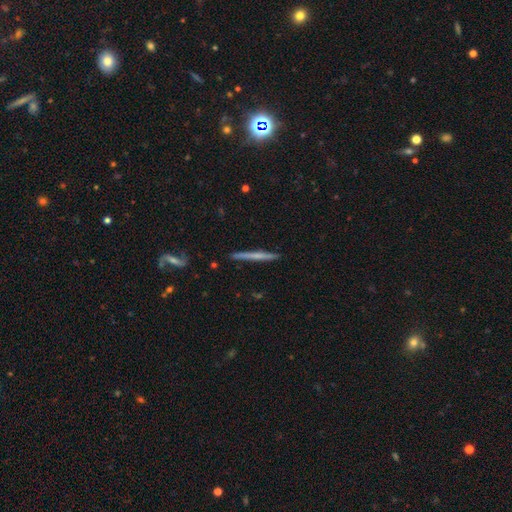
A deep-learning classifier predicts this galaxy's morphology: Smooth or featured? featured or disk (56%)
Edge-on disk? yes (96%)
Edge-on bulge? none (68%)
Merging? none (89%)